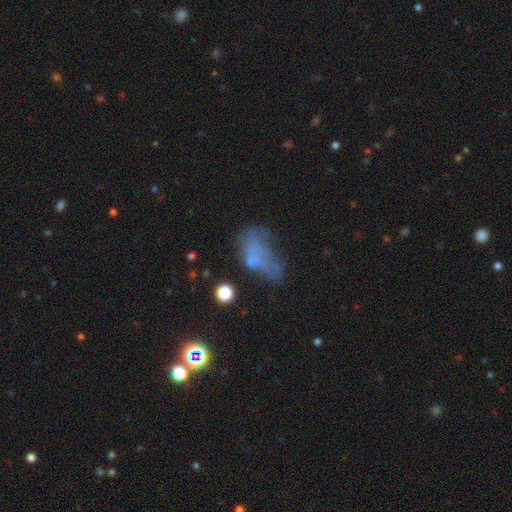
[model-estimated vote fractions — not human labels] This appears to be a smooth galaxy with no disk features (47%). Merging: major disturbance (38%).